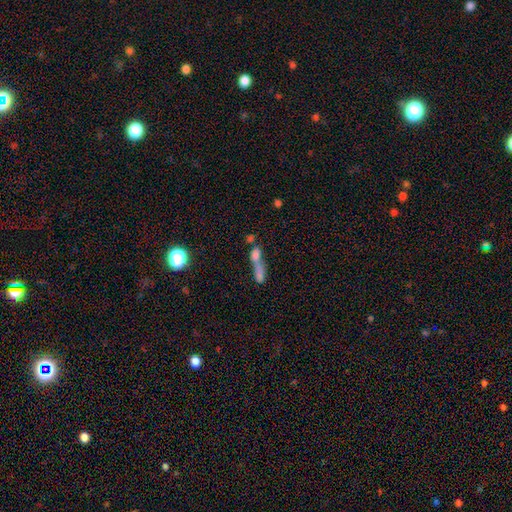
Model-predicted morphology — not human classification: Smooth or featured? Predicted: smooth (p=0.63). How rounded? Predicted: in between (p=0.44). Merging? Predicted: merger (p=0.70).